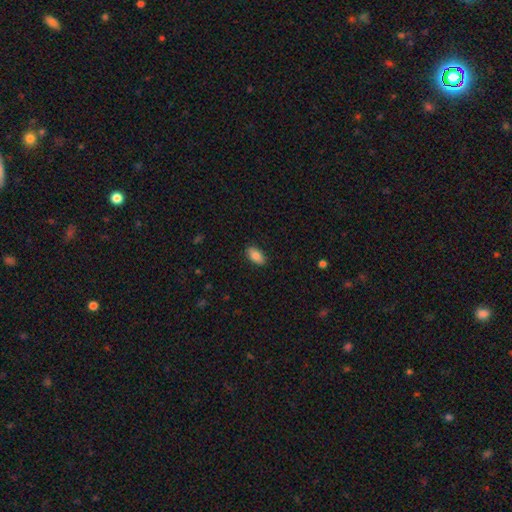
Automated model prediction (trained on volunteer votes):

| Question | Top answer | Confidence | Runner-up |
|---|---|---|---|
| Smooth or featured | smooth | 82% | featured or disk (10%) |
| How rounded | in between | 91% | cigar-shaped (5%) |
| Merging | none | 88% | minor disturbance (9%) |